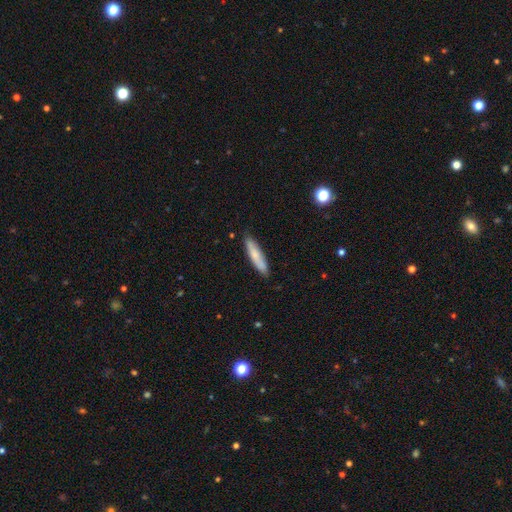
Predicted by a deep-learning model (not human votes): The model was most divided on "smooth or featured": smooth: 73%, featured or disk: 21%, star or artifact: 6%. More confident: merging — none (85%); how rounded — cigar-shaped (84%).